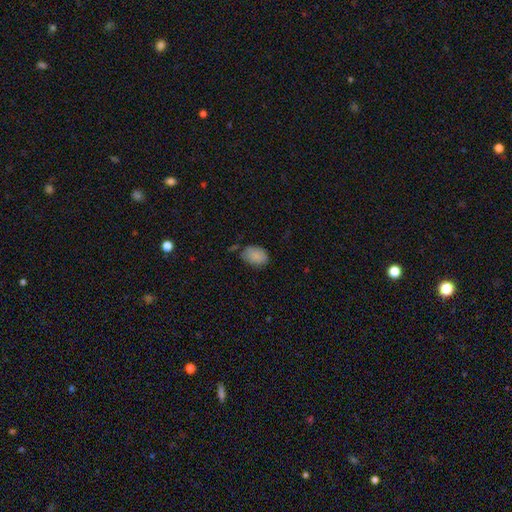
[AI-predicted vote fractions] Smooth or featured? Predicted: smooth (p=0.88). How rounded? Predicted: in between (p=0.82). Merging? Predicted: none (p=0.67).